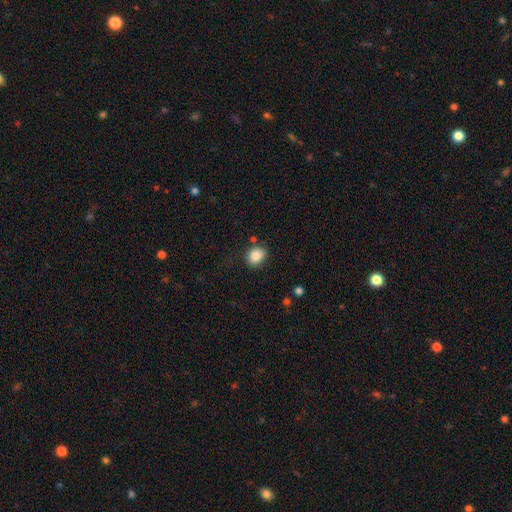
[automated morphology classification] Overall: smooth (85%). How rounded: round (59%; in between 40%). Merging: none (77%).